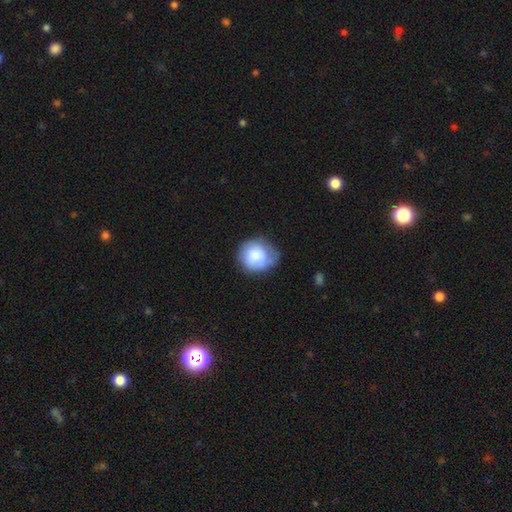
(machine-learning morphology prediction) Smooth or featured? smooth (73%)
How rounded? round (81%)
Merging? none (49%)